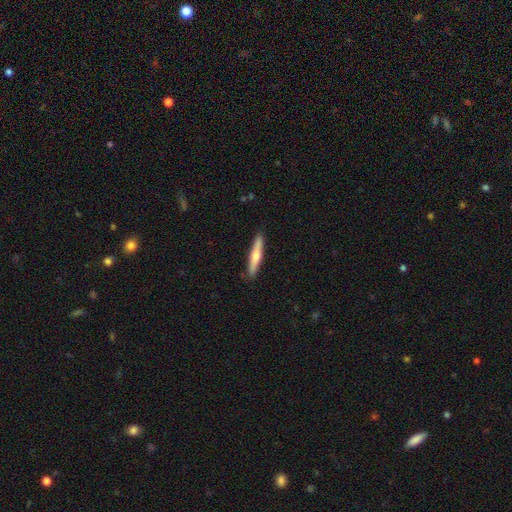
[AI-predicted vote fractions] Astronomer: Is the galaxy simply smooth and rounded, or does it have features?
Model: smooth — 53% (runner-up: featured or disk, 42%).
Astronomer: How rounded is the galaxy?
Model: cigar-shaped — 91%.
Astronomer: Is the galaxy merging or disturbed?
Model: none — 89%.